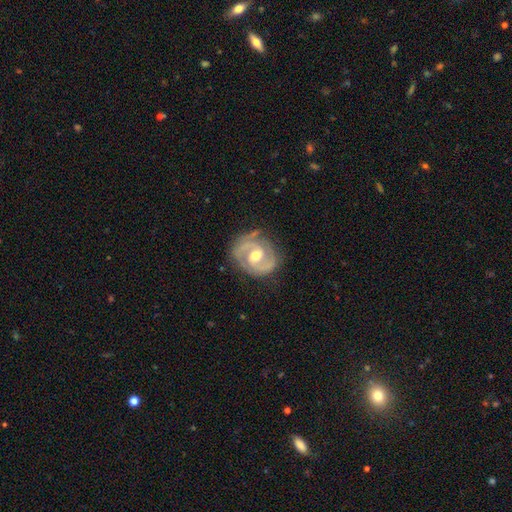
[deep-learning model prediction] Overall: featured or disk (87%). Edge-on disk: no (97%). Bar: weak (48%; no 34%). Spiral arms: yes (94%). Spiral arm count: 2 (86%). Spiral winding: tight (51%; medium 41%). Bulge size: moderate (73%). Merging: none (78%).